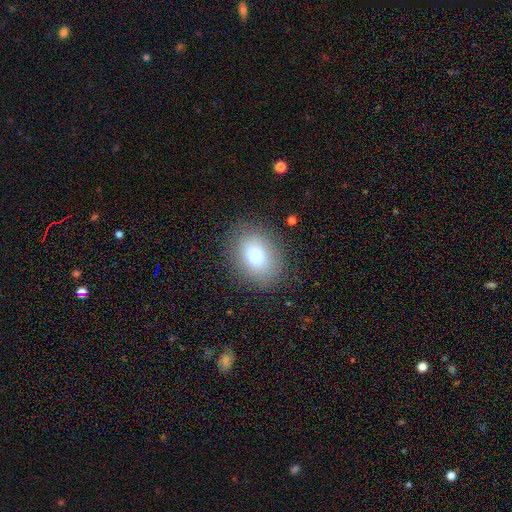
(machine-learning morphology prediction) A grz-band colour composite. It shows a smooth galaxy with no disk features (76%) that is in between round and cigar-shaped (68%). Merging: none (82%).